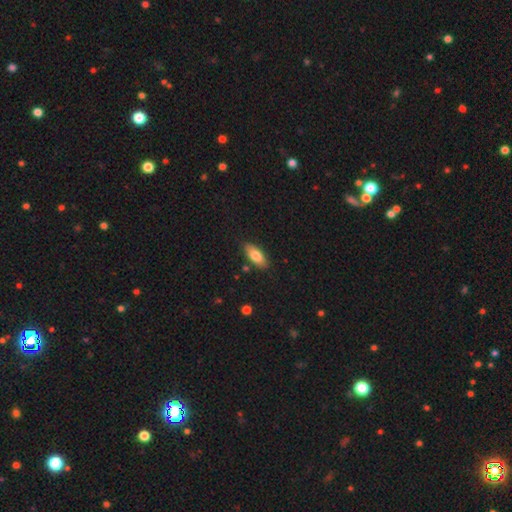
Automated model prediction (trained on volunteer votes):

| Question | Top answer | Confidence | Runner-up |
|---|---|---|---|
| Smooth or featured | smooth | 78% | featured or disk (15%) |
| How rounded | in between | 84% | cigar-shaped (14%) |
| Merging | none | 83% | minor disturbance (12%) |